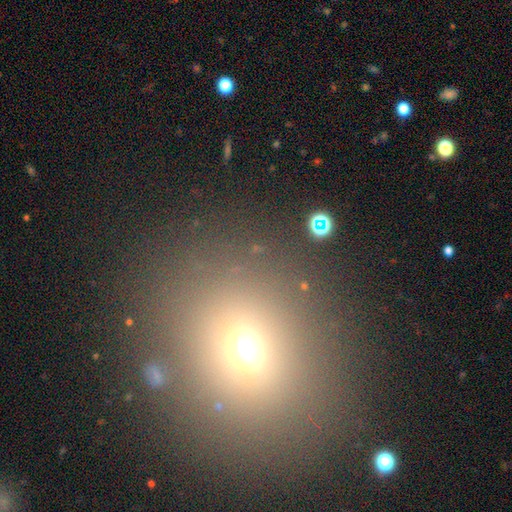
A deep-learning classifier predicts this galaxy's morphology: A smooth galaxy with no disk features (61%) that is round (73%). Merging: none (85%).